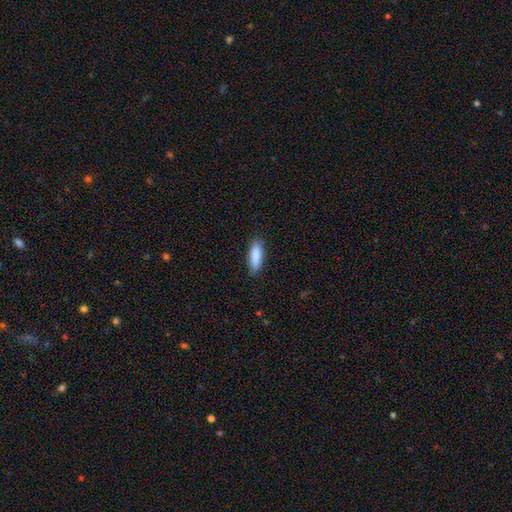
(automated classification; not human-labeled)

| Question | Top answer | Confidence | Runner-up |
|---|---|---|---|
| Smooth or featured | smooth | 88% | star or artifact (6%) |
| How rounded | in between | 60% | cigar-shaped (38%) |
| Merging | none | 81% | minor disturbance (15%) |